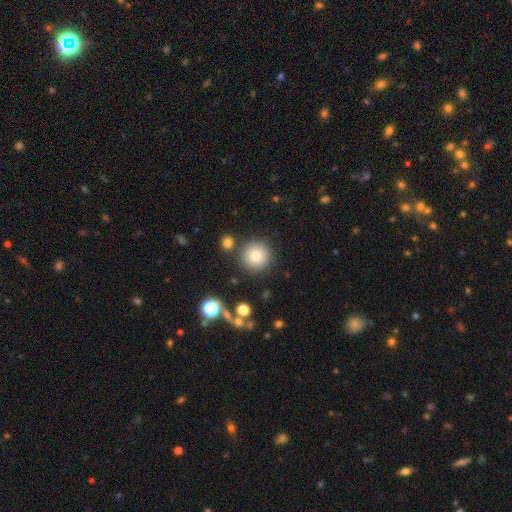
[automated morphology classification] This is clearly a smooth galaxy (82%). How rounded: clearly round (95%). Merging: clearly none (85%).